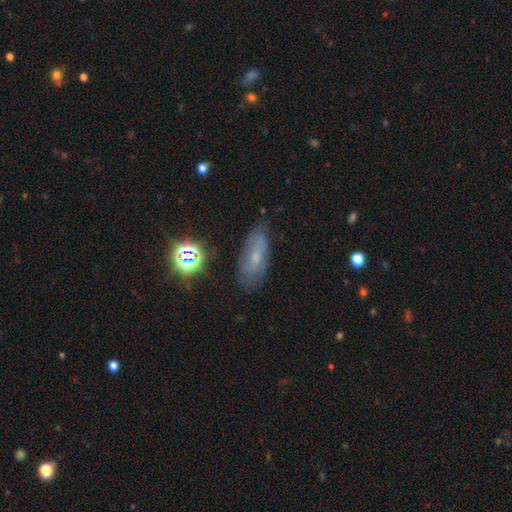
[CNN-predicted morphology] smooth_or_featured: smooth (p=0.43) [alt: featured or disk p=0.40]
merging: none (p=0.74) [alt: minor disturbance p=0.18]